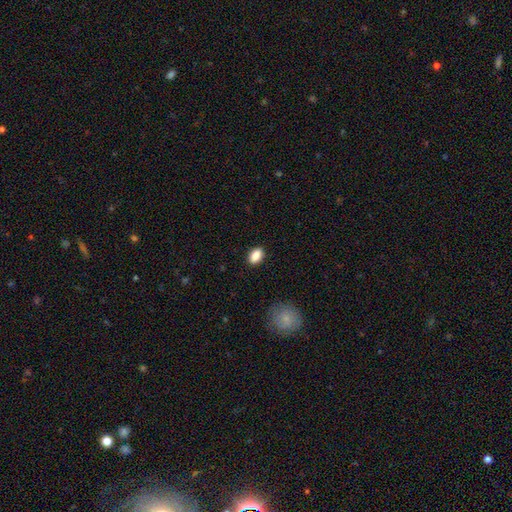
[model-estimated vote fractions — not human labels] The model was most divided on "how rounded": in between: 85%, round: 13%, cigar-shaped: 2%. More confident: merging — none (88%); smooth or featured — smooth (87%).